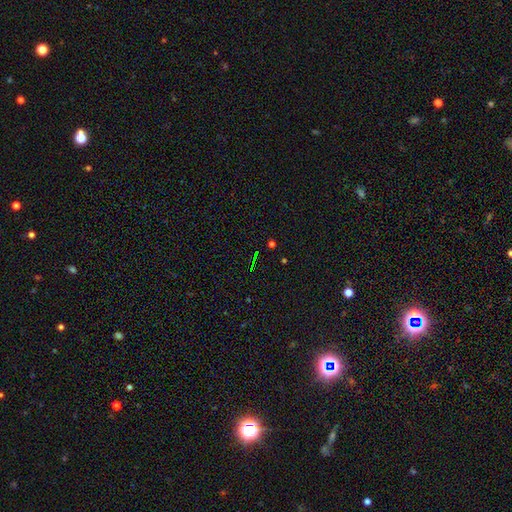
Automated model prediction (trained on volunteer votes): A star or artifact, not a galaxy (74%).